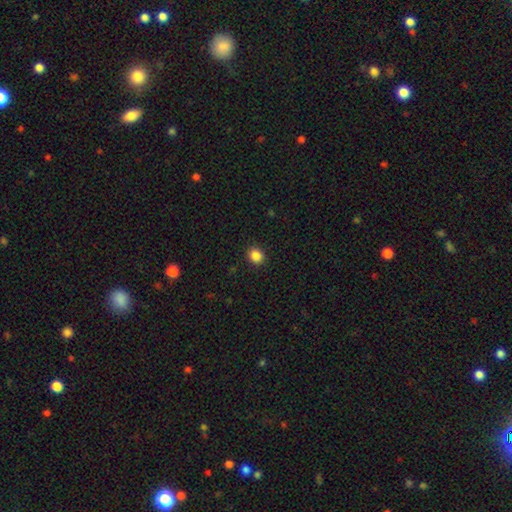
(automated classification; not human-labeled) A smooth galaxy with no disk features (86%) that is round (73%). Merging: none (91%).